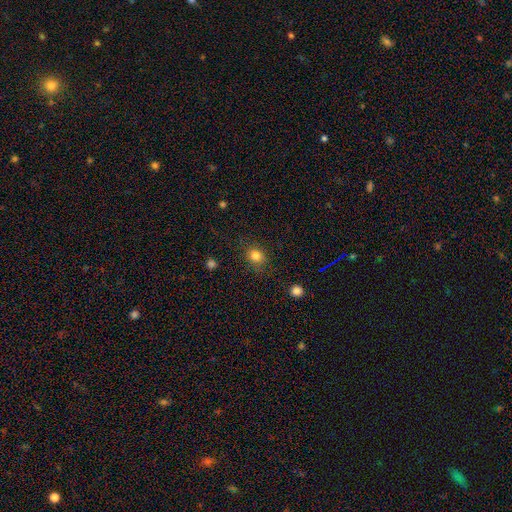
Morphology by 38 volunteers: Q: Smooth or featured?
A: smooth (87%); runner-up: star or artifact (8%)
Q: How rounded?
A: round (61%); runner-up: in between (39%)
Q: Merging?
A: none (77%); runner-up: minor disturbance (20%)